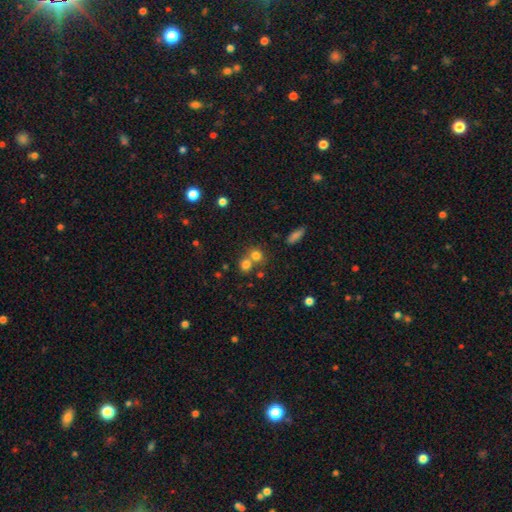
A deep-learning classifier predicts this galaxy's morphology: This is likely a smooth galaxy (75%). How rounded: likely round (78%). Merging: possibly merger (47%).